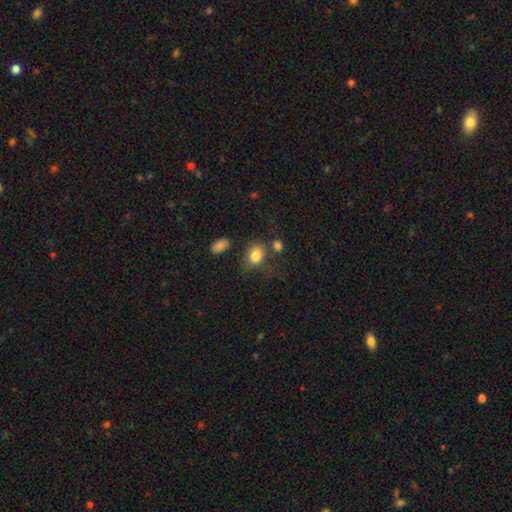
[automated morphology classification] Smooth or featured? smooth (82%)
How rounded? in between (56%)
Merging? none (60%)